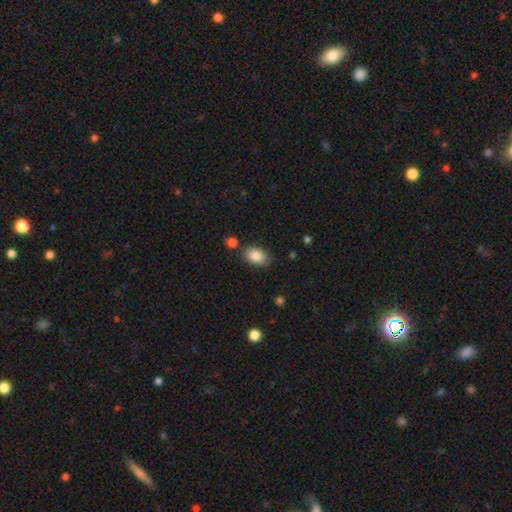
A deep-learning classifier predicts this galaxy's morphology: This is clearly a smooth galaxy (86%). How rounded: clearly in between (88%). Merging: likely none (77%).